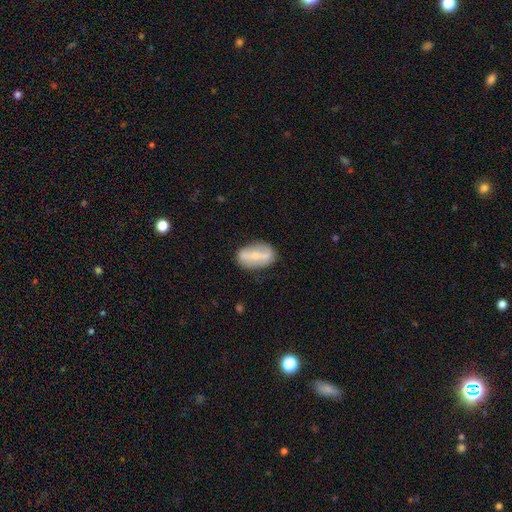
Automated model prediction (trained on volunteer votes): featured or disk 57%, smooth 36%, star or artifact 7%. Down the decision tree: edge-on disk — no (87%); merging — none (77%).